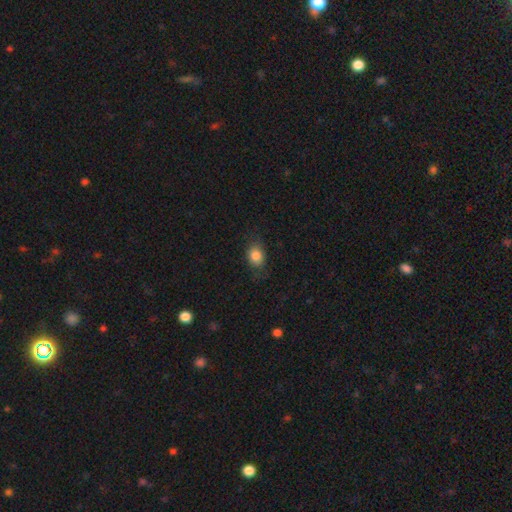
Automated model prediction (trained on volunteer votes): Smooth or featured: smooth — 84% (star or artifact — 9%)
How rounded: in between — 56% (round — 43%)
Merging: none — 75% (minor disturbance — 19%)